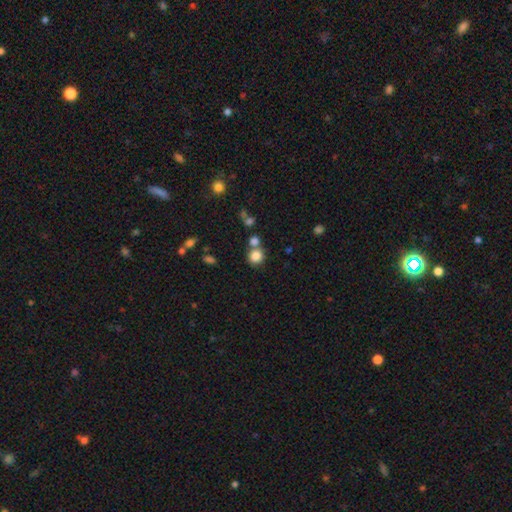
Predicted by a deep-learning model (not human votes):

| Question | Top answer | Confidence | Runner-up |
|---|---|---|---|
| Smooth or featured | smooth | 83% | star or artifact (11%) |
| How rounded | round | 83% | in between (16%) |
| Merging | none | 60% | merger (26%) |